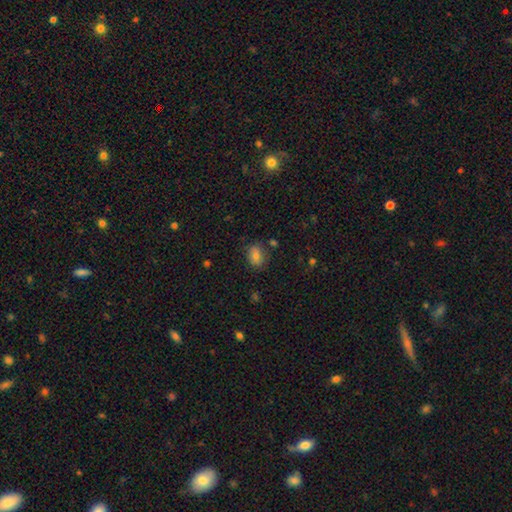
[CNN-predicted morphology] Smooth or featured: smooth — 77% (featured or disk — 12%)
How rounded: in between — 68% (round — 30%)
Merging: none — 78% (minor disturbance — 15%)